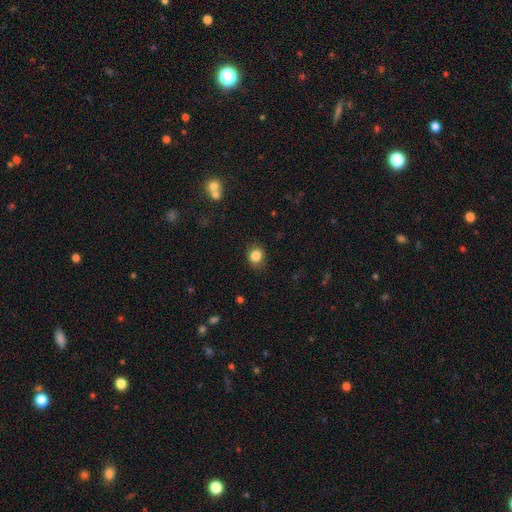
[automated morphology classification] Smooth or featured: smooth — 85% (star or artifact — 10%)
How rounded: round — 72% (in between — 27%)
Merging: none — 83% (minor disturbance — 12%)